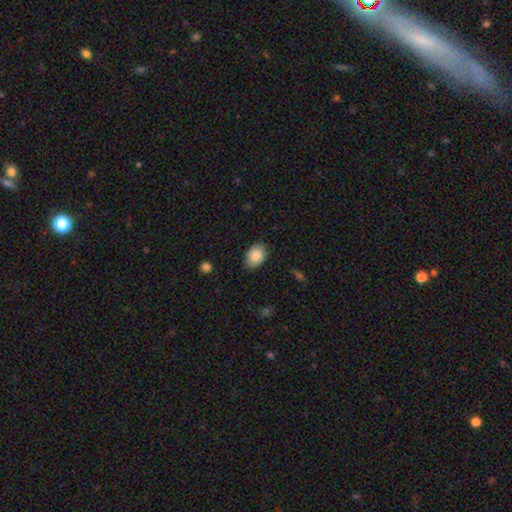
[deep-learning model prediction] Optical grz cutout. It shows a smooth galaxy with no disk features (86%) that is in between round and cigar-shaped (80%). Merging: none (79%).